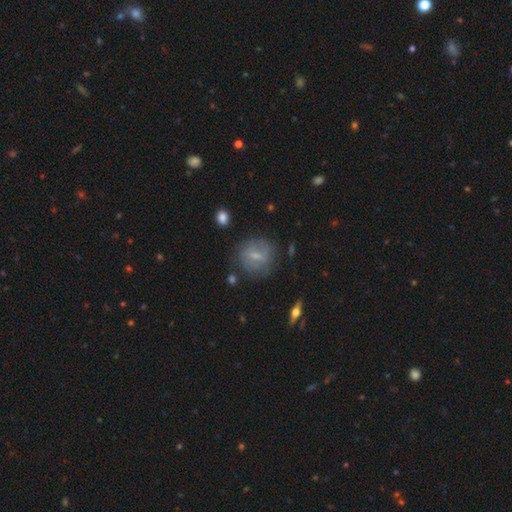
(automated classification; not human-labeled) Smooth or featured: smooth — 49% (featured or disk — 41%)
Merging: none — 72% (minor disturbance — 19%)